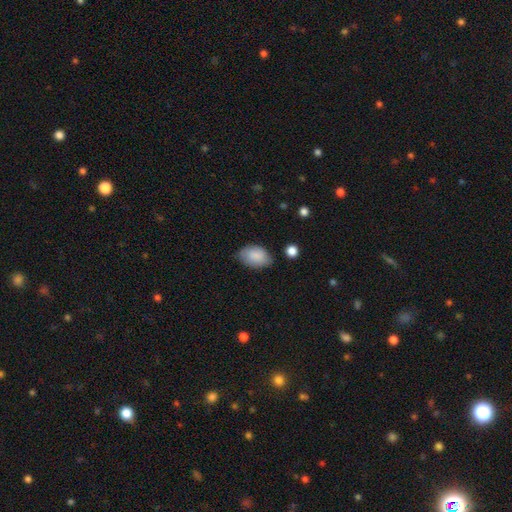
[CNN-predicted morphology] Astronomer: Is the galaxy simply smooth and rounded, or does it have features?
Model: smooth — 86%.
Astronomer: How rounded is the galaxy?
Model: in between — 90%.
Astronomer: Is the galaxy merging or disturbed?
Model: none — 70%.